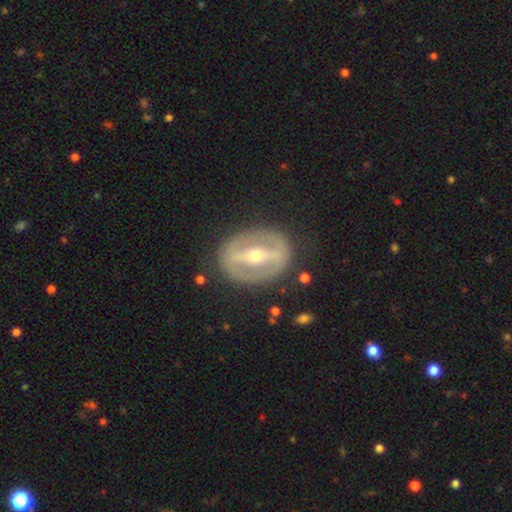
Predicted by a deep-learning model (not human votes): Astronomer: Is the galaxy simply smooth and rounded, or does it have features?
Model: featured or disk — 80%.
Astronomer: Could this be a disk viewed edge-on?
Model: no — 90%.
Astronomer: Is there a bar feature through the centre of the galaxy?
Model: strong — 77%.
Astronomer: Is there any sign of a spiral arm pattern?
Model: no — 69%.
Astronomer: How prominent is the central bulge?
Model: small — 50% (runner-up: moderate, 47%).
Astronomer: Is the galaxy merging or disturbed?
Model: none — 83%.